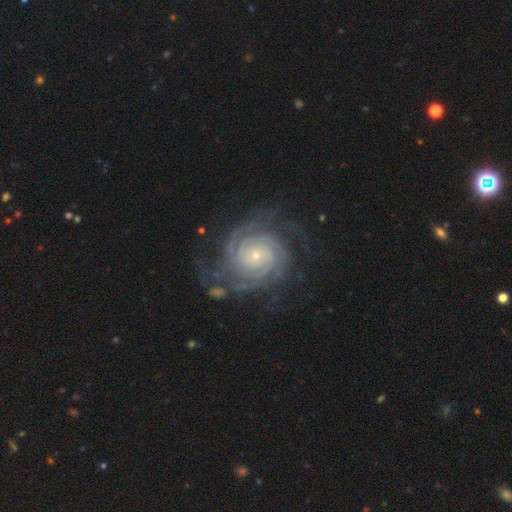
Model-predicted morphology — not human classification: featured or disk 91%, star or artifact 5%, smooth 4%. Down the decision tree: edge-on disk — no (98%); bar — no (78%); spiral arms — yes (98%); spiral arm count — 2 (26%); spiral winding — tight (83%); bulge size — small (81%); merging — none (72%).